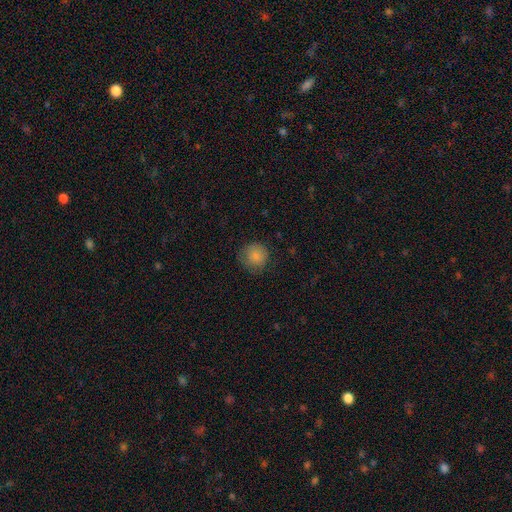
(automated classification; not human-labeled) A smooth galaxy with no disk features (85%) that is round (92%). Merging: none (77%).